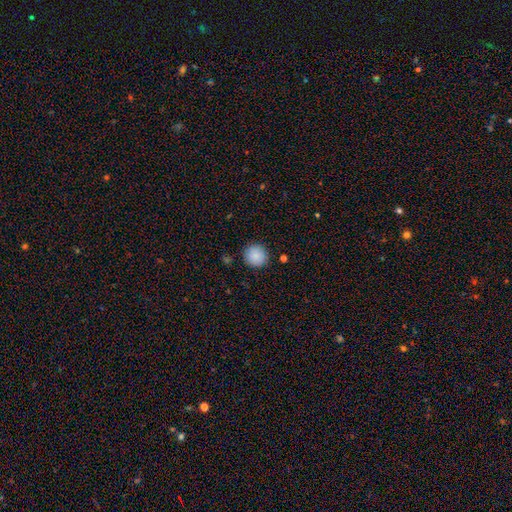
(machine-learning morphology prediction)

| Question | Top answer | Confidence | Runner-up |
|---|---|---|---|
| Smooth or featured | smooth | 87% | star or artifact (8%) |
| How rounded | round | 93% | in between (6%) |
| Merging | none | 89% | minor disturbance (8%) |